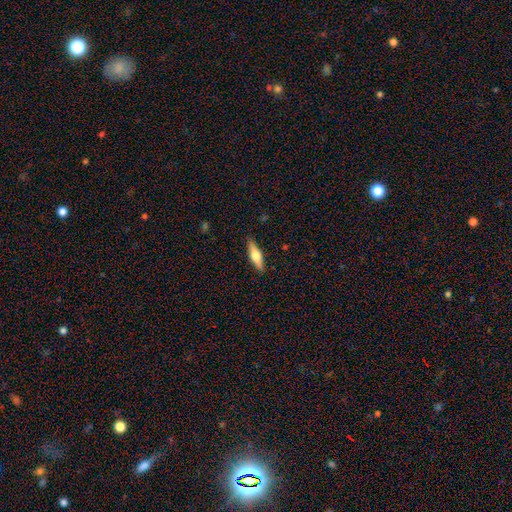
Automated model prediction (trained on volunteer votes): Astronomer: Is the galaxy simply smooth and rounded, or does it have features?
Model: smooth — 49% (runner-up: featured or disk, 46%).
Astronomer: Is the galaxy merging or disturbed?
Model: none — 89%.